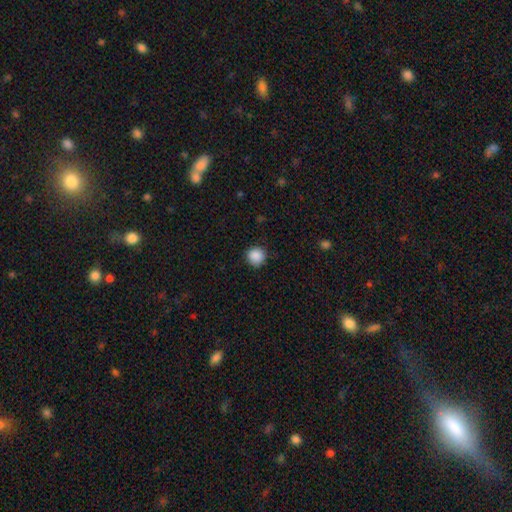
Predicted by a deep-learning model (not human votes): smooth-or-featured: smooth: 88% | star or artifact: 9% | featured or disk: 3%
  how-rounded: round: 93% | in between: 6% | cigar-shaped: 1%
  merging: none: 88% | minor disturbance: 9% | major disturbance: 2% | merger: 1%